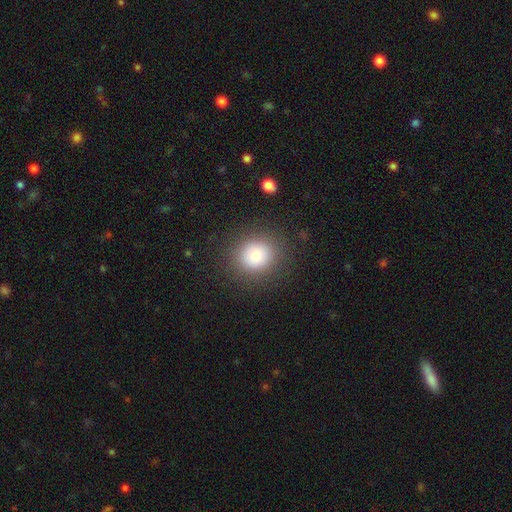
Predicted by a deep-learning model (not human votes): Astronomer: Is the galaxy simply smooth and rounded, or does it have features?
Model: smooth — 75%.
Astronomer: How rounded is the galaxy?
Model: round — 88%.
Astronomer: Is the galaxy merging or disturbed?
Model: none — 88%.